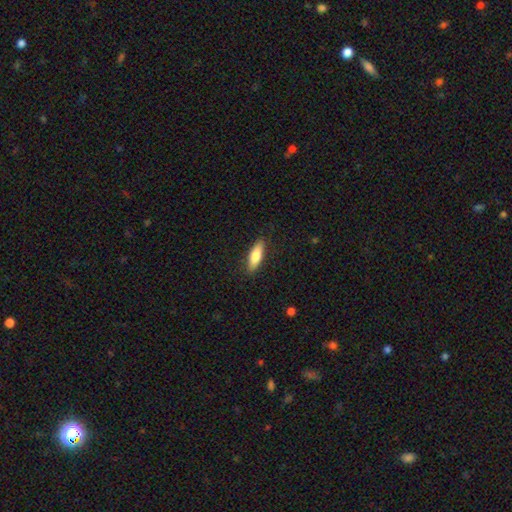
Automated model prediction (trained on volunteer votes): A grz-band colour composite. It shows a smooth galaxy with no disk features (76%) that is in between round and cigar-shaped (52%). Merging: none (87%).